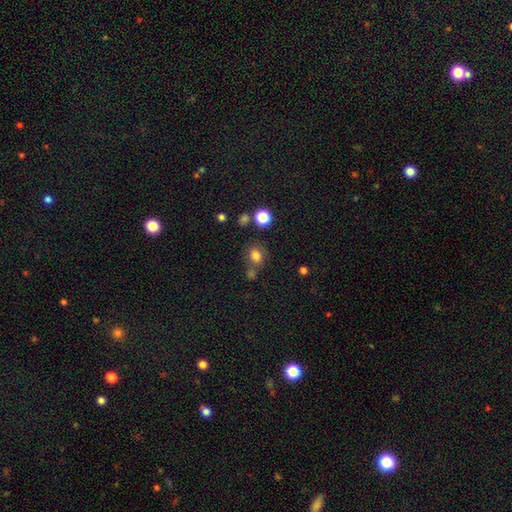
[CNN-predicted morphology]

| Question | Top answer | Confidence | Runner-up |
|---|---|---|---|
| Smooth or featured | smooth | 78% | star or artifact (14%) |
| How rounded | round | 57% | in between (42%) |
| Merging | none | 62% | merger (19%) |